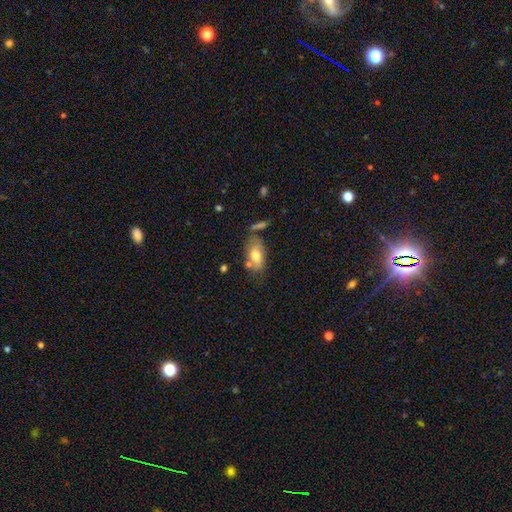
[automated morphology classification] smooth 69%, featured or disk 23%, star or artifact 7%. Down the decision tree: how rounded — in between (89%); merging — none (64%).